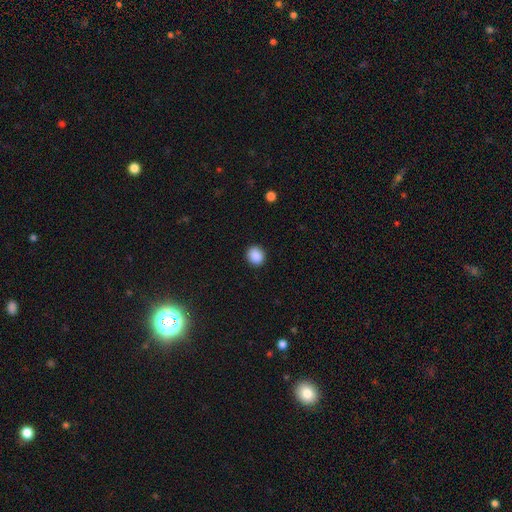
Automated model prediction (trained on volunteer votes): Overall: smooth (89%). How rounded: round (77%). Merging: none (91%).